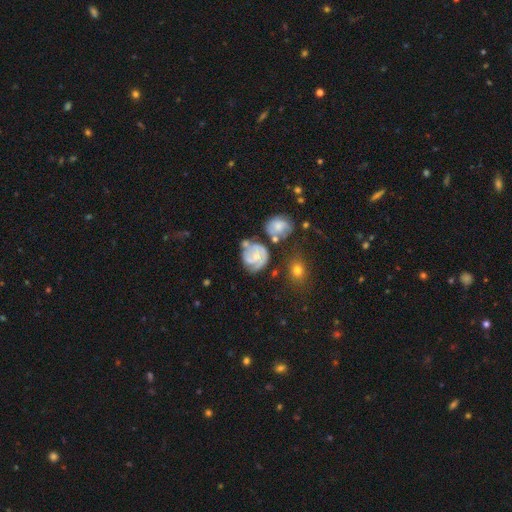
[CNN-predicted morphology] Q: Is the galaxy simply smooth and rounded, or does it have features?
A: featured or disk — 76%.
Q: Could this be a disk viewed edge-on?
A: no — 98%.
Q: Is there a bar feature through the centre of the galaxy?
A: no — 65%.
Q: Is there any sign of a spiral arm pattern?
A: yes — 91%.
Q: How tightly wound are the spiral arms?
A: tight — 60%.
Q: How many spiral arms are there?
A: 2 — 44%.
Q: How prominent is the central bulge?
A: small — 54%.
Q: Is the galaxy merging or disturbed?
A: none — 49%.